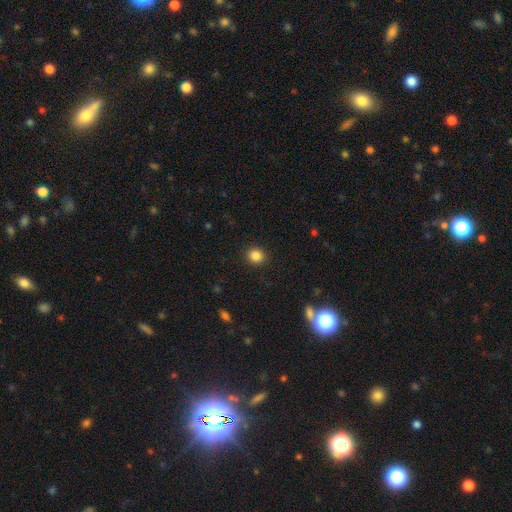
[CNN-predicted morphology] type=smooth (85%); roundness=round (83%); merging=none (91%).